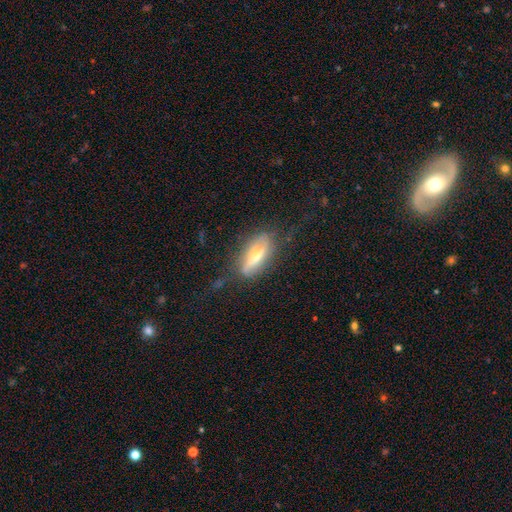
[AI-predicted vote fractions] This is possibly a featured or disk galaxy (54%). It is possibly viewed edge-on (60%). Merging: likely none (65%).